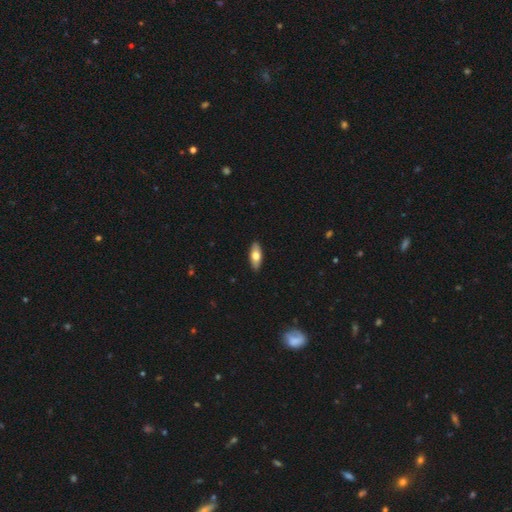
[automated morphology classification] A smooth galaxy with no disk features (69%) that is in between round and cigar-shaped (78%). Merging: none (90%).